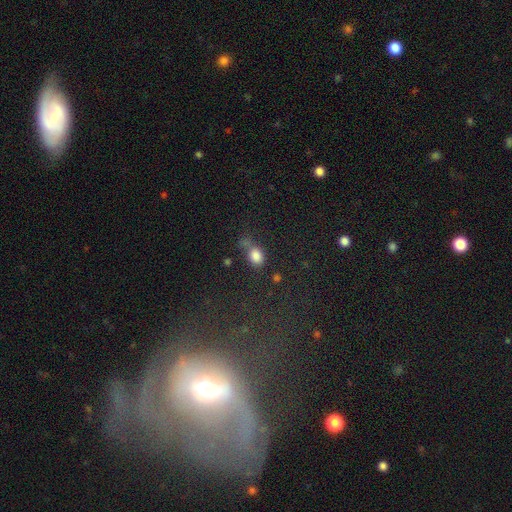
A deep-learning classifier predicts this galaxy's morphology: type=smooth (82%); roundness=in between (69%); merging=none (52%).